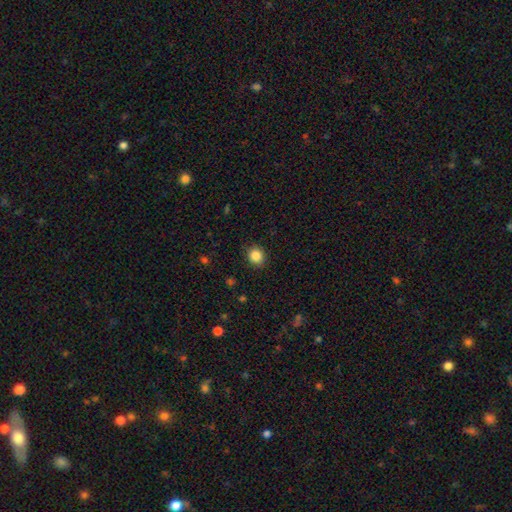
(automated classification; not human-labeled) This appears to be a smooth galaxy with no disk features (85%) that is round (81%). Merging: none (89%).